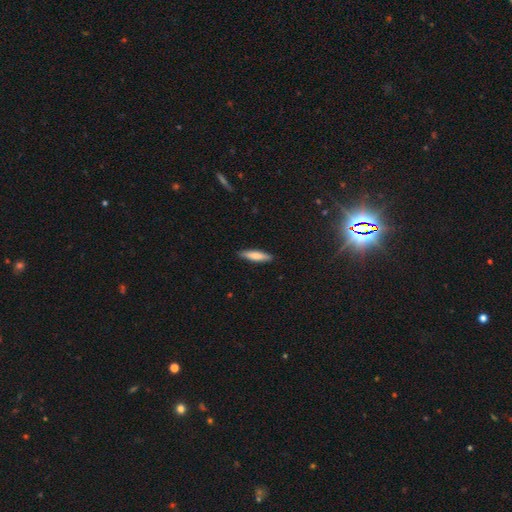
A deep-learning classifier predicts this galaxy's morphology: smooth_or_featured: smooth (p=0.78) [alt: featured or disk p=0.17]
how_rounded: cigar-shaped (p=0.75) [alt: in between p=0.23]
merging: none (p=0.89) [alt: minor disturbance p=0.08]